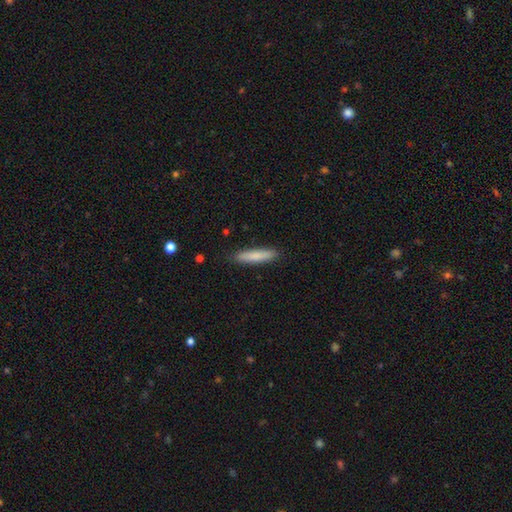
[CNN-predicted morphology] Smooth or featured? smooth (80%)
How rounded? cigar-shaped (88%)
Merging? none (89%)